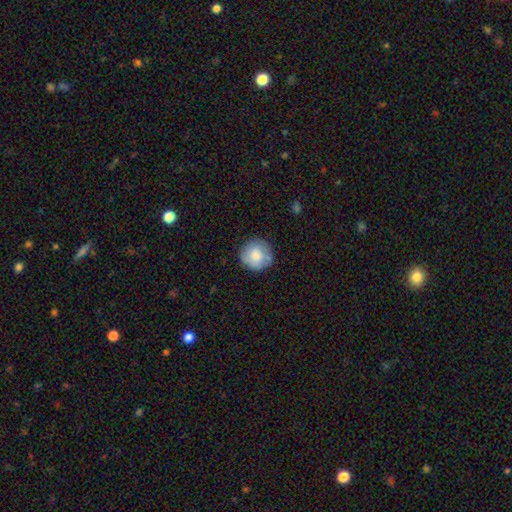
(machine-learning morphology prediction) Smooth or featured?
  - smooth: 78% *
  - featured or disk: 15%
  - star or artifact: 7%
How rounded?
  - round: 93% *
  - in between: 6%
  - cigar-shaped: 1%
Merging?
  - none: 78% *
  - minor disturbance: 16%
  - major disturbance: 4%
  - merger: 2%